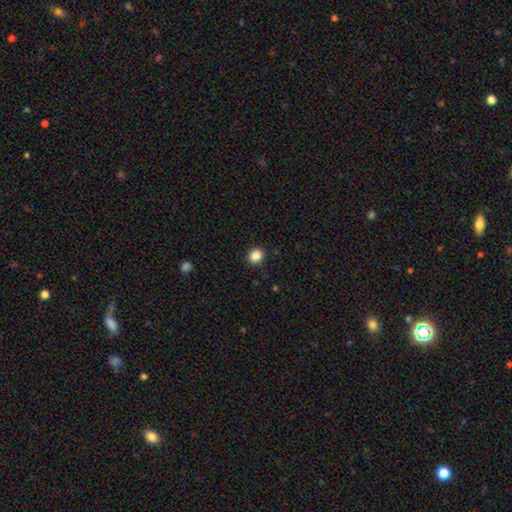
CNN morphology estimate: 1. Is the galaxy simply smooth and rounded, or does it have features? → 86% smooth, 10% star or artifact, 3% featured or disk.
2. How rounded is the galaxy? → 80% round, 19% in between, 1% cigar-shaped.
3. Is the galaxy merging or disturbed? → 92% none, 5% minor disturbance, 2% major disturbance, 1% merger.